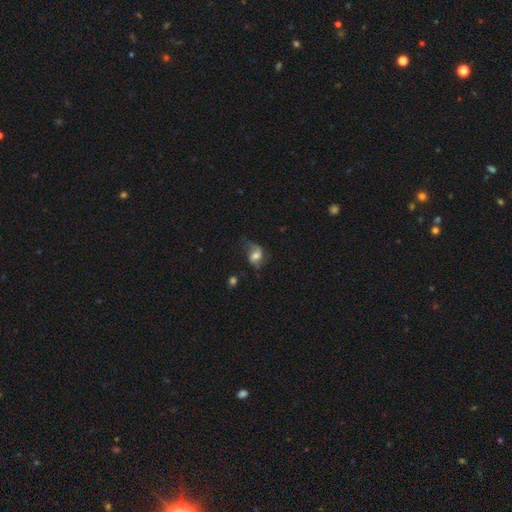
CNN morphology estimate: A smooth galaxy with no disk features (46%).

Vote fractions:
- Smooth or featured? smooth: 46% / featured or disk: 45% / star or artifact: 9%
- Merging? none: 43% / minor disturbance: 29% / major disturbance: 26% / merger: 3%